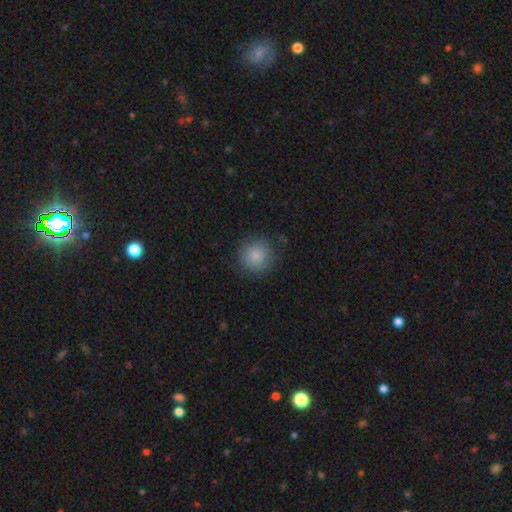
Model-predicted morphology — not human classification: Smooth or featured? smooth (86%)
How rounded? round (94%)
Merging? none (85%)